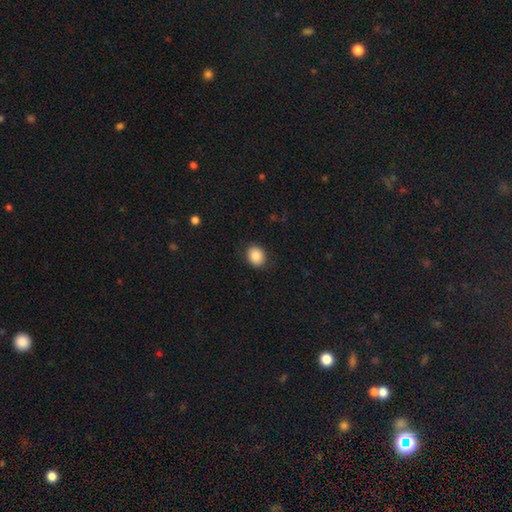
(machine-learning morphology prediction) Smooth or featured: smooth — 86% (star or artifact — 8%)
How rounded: round — 61% (in between — 38%)
Merging: none — 86% (minor disturbance — 10%)